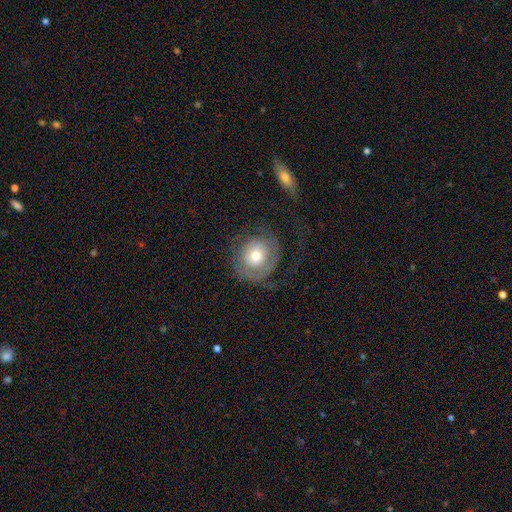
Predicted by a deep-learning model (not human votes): smooth-or-featured: featured or disk: 50% | smooth: 42% | star or artifact: 8%
  disk-edge-on: no: 96% | yes: 4%
  merging: none: 54% | major disturbance: 28% | minor disturbance: 17% | merger: 2%